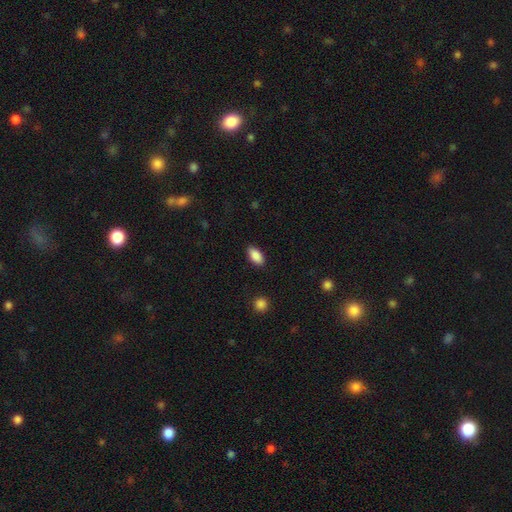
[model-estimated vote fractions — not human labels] Smooth or featured? smooth (89%)
How rounded? in between (92%)
Merging? none (87%)